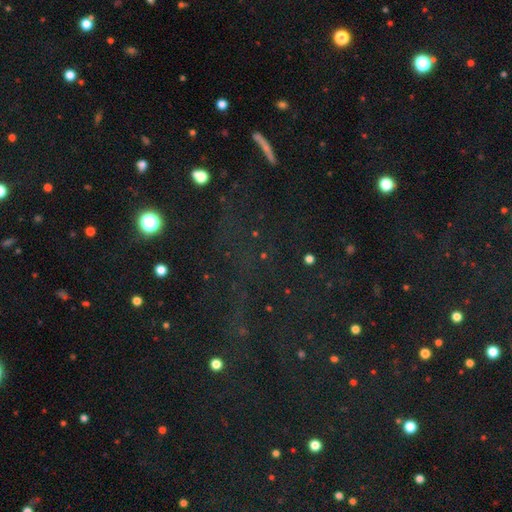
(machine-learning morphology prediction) Q: Smooth or featured?
A: star or artifact (76%); runner-up: smooth (16%)